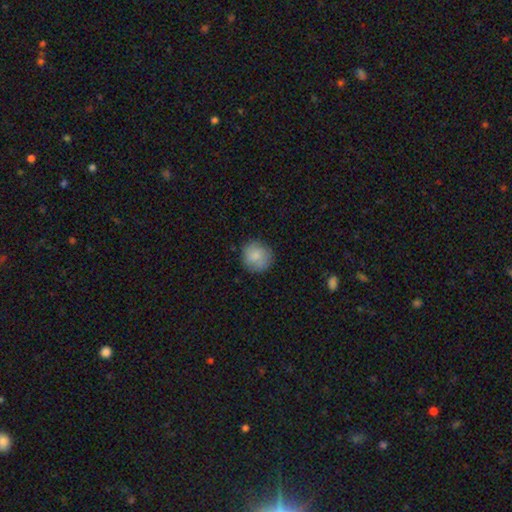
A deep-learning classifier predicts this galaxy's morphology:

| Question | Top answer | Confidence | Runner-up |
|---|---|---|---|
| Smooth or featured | smooth | 84% | featured or disk (10%) |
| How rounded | round | 91% | in between (8%) |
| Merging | none | 83% | minor disturbance (13%) |